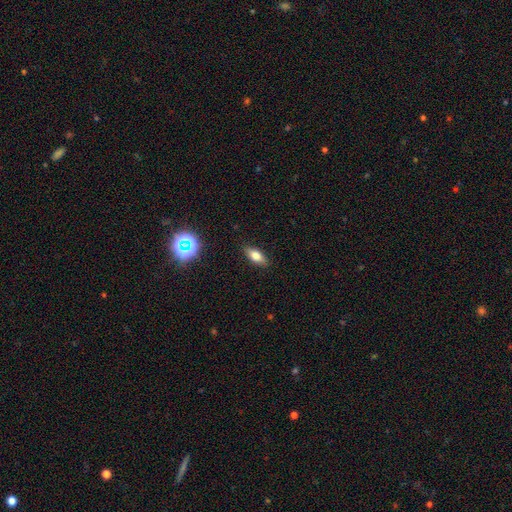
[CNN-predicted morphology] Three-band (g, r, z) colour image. It shows a smooth galaxy with no disk features (72%) that is in between round and cigar-shaped (78%). Merging: none (88%).